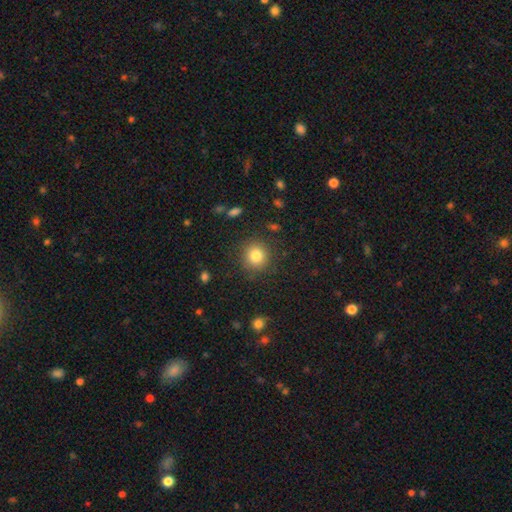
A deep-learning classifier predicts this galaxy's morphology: This appears to be a smooth galaxy with no disk features (82%) that is round (91%). Merging: none (88%).